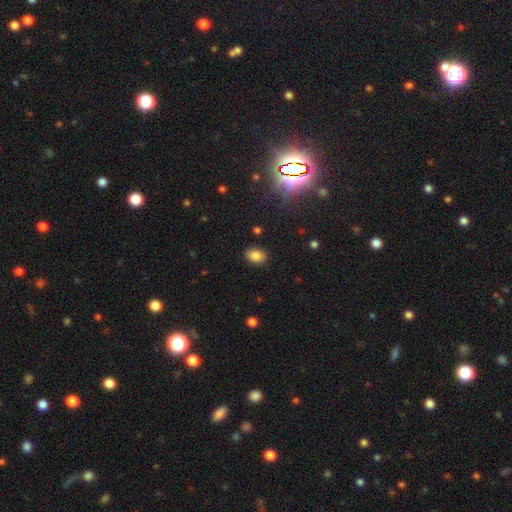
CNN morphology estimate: smooth_or_featured: smooth (p=0.82) [alt: star or artifact p=0.12]
how_rounded: in between (p=0.80) [alt: round p=0.18]
merging: none (p=0.87) [alt: minor disturbance p=0.09]